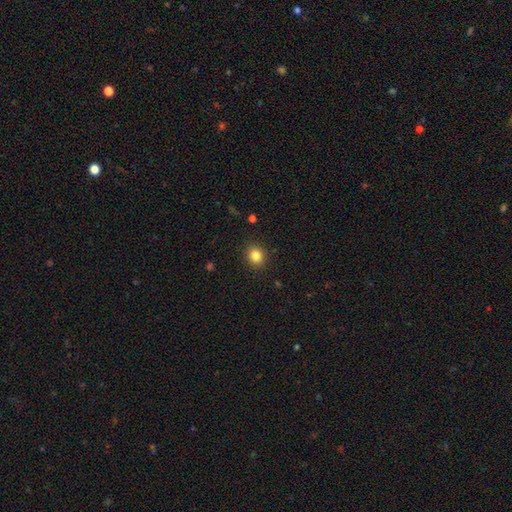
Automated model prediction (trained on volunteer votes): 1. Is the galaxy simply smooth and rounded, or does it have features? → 83% smooth, 11% star or artifact, 5% featured or disk.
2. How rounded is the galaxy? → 69% round, 30% in between, 1% cigar-shaped.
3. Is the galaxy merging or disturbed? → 90% none, 7% minor disturbance, 2% major disturbance, 1% merger.